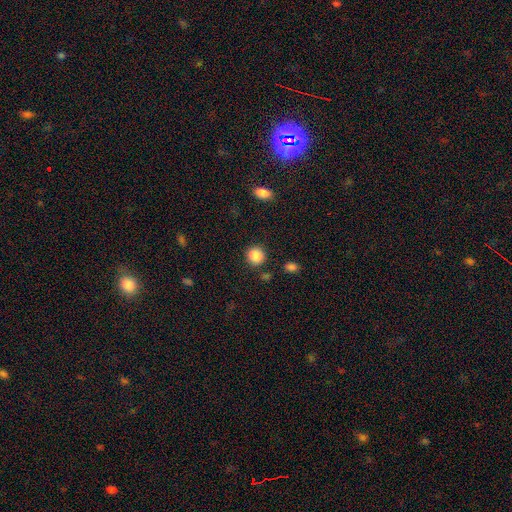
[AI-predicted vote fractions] Q: Smooth or featured?
A: smooth (88%); runner-up: star or artifact (9%)
Q: How rounded?
A: round (88%); runner-up: in between (11%)
Q: Merging?
A: none (86%); runner-up: minor disturbance (8%)